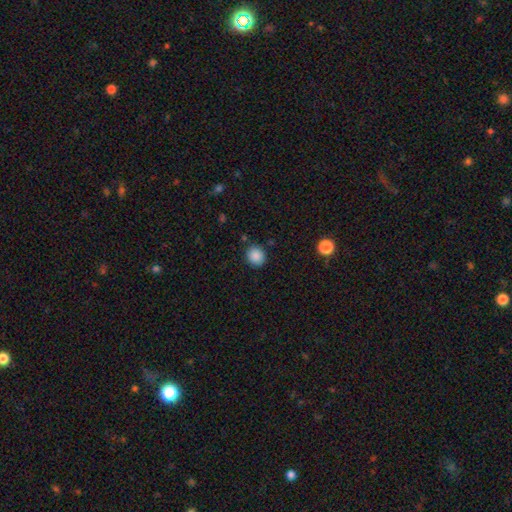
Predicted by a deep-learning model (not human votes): The model was most divided on "how rounded": round: 75%, in between: 24%, cigar-shaped: 1%. More confident: smooth or featured — smooth (87%); merging — none (87%).